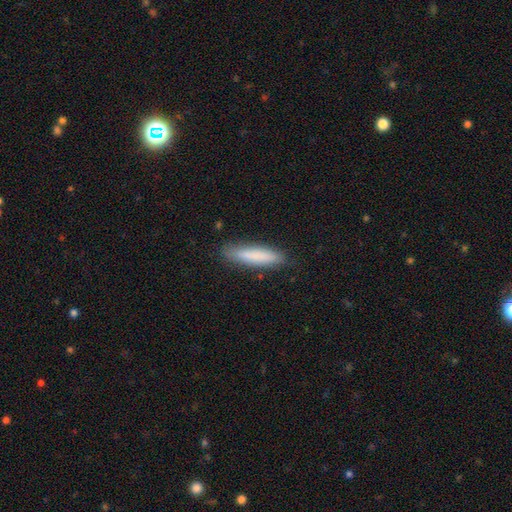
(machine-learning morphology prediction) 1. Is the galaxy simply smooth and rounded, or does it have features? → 82% smooth, 12% featured or disk, 6% star or artifact.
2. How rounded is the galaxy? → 84% cigar-shaped, 15% in between, 1% round.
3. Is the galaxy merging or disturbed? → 86% none, 11% minor disturbance, 2% major disturbance, 1% merger.